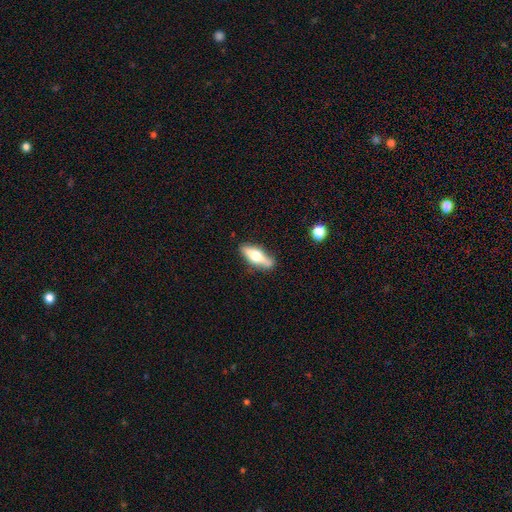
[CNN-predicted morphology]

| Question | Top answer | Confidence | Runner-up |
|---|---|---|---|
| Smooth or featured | smooth | 47% | tied: featured or disk (47%) |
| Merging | none | 81% | minor disturbance (13%) |